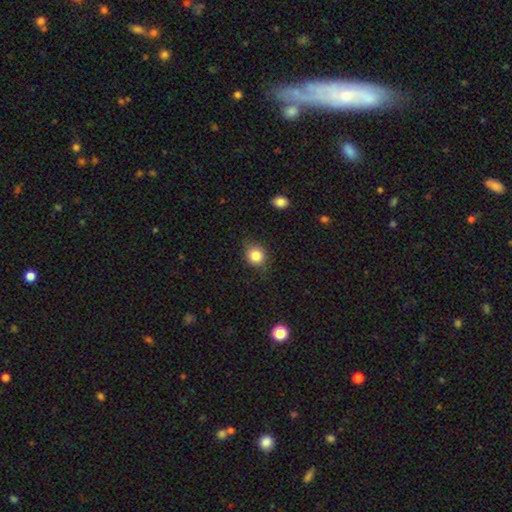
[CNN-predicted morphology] Smooth or featured? smooth (82%)
How rounded? round (76%)
Merging? none (76%)